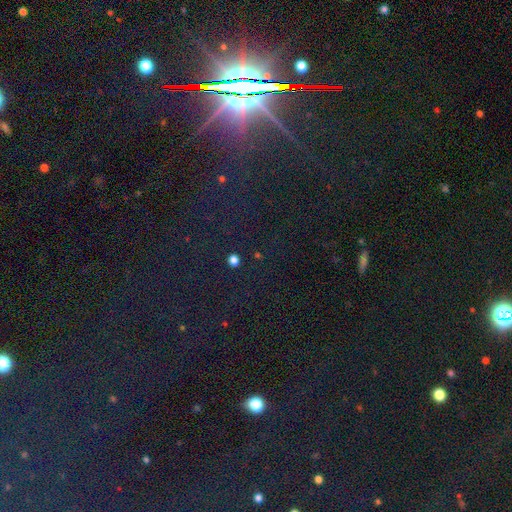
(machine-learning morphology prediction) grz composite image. It shows a star or artifact, not a galaxy (84%).